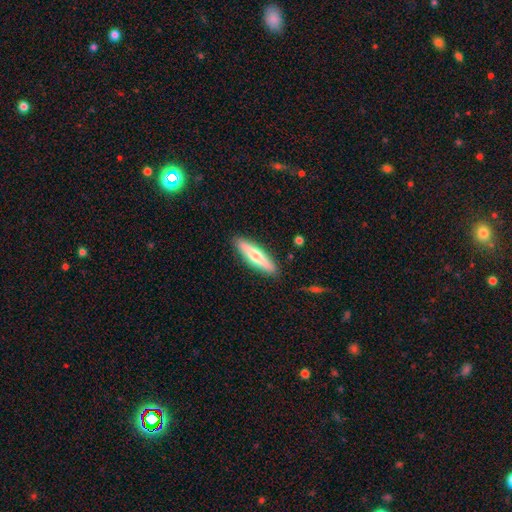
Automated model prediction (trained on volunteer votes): Q: Smooth or featured?
A: smooth (53%); runner-up: featured or disk (41%)
Q: How rounded?
A: cigar-shaped (81%); runner-up: in between (17%)
Q: Merging?
A: none (89%); runner-up: minor disturbance (8%)